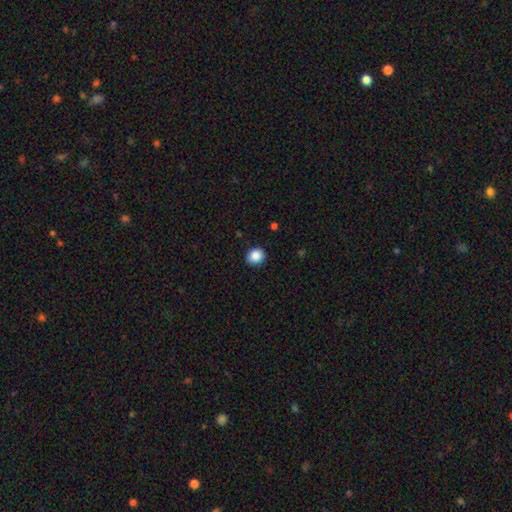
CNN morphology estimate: Smooth or featured: smooth — 87% (star or artifact — 9%)
How rounded: round — 71% (in between — 28%)
Merging: none — 90% (minor disturbance — 8%)